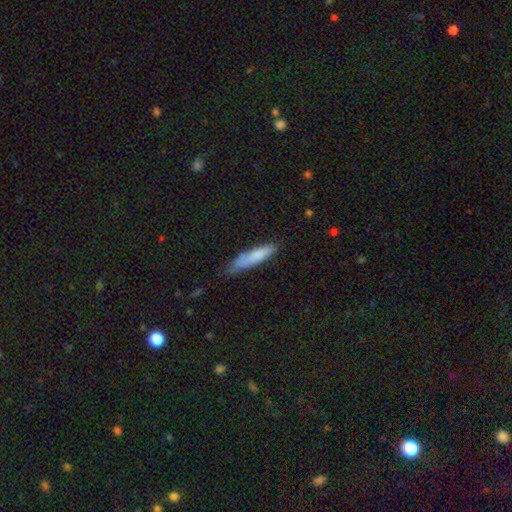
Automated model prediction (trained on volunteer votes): The model was most divided on "merging": none: 63%, minor disturbance: 29%, major disturbance: 6%, merger: 3%. More confident: how rounded — cigar-shaped (84%); smooth or featured — smooth (78%).